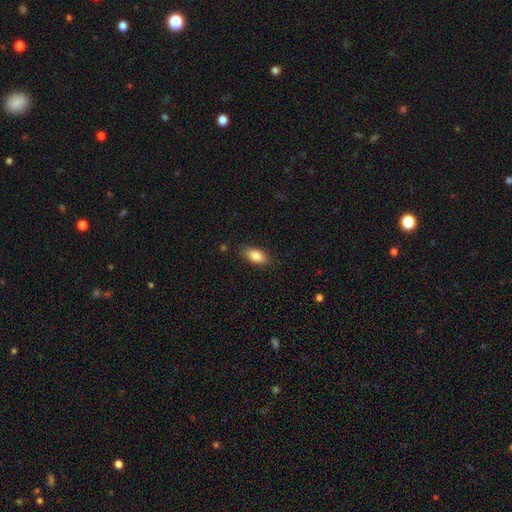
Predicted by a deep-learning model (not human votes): smooth 85%, featured or disk 7%, star or artifact 7%. Down the decision tree: how rounded — in between (90%); merging — none (84%).